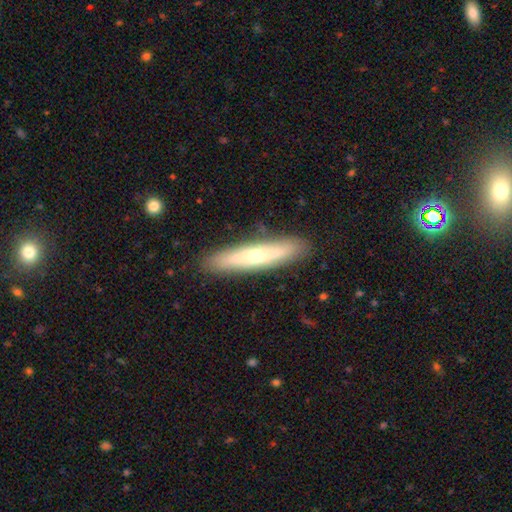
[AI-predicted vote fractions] featured or disk 50%, smooth 44%, star or artifact 6%. Down the decision tree: merging — none (87%).